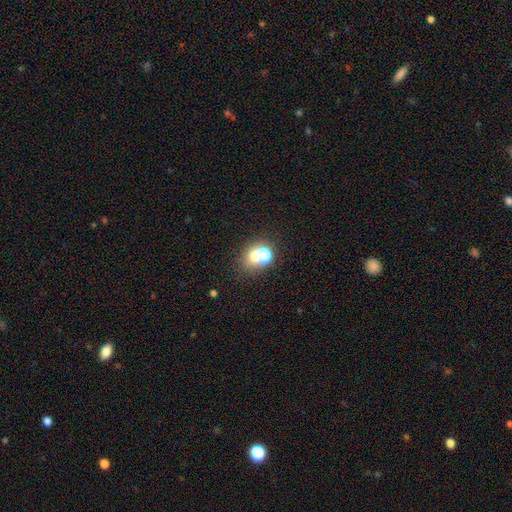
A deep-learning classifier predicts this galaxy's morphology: type=smooth (56%); roundness=round (66%); merging=none (50%).